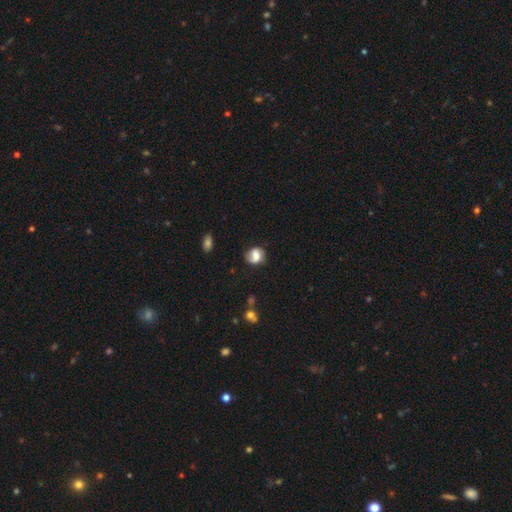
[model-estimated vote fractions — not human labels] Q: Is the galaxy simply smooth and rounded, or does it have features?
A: smooth — 61%.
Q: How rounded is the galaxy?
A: round — 60%.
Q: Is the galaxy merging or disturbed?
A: none — 62%.